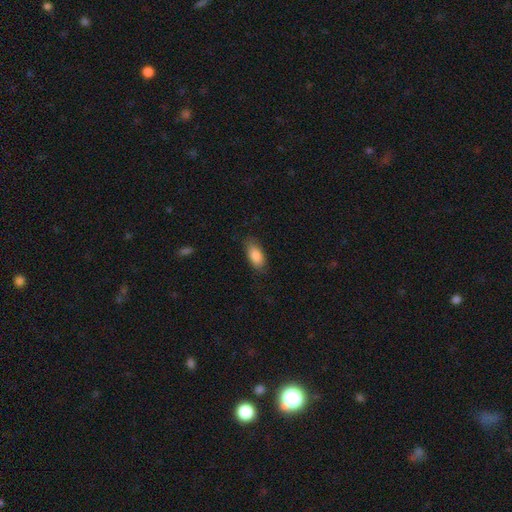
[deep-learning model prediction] smooth 87%, featured or disk 7%, star or artifact 6%. Down the decision tree: how rounded — in between (90%); merging — none (79%).